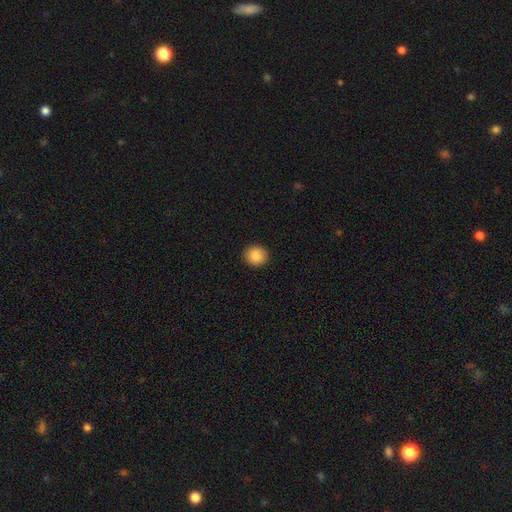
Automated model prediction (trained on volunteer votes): The model was most divided on "how rounded": round: 85%, in between: 14%, cigar-shaped: 1%. More confident: merging — none (92%); smooth or featured — smooth (87%).